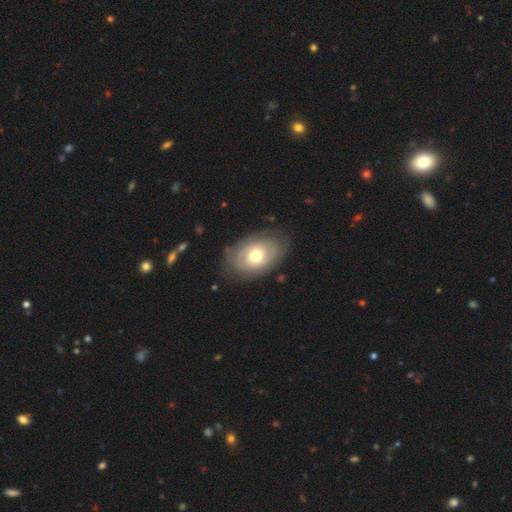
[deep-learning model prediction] This appears to be a featured or disk galaxy (53%). Merging: none (76%).